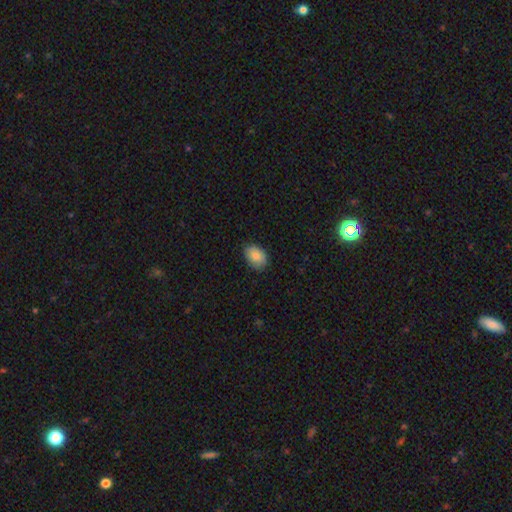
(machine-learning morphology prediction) Smooth or featured: smooth — 83% (featured or disk — 9%)
How rounded: in between — 81% (round — 18%)
Merging: none — 80% (minor disturbance — 17%)